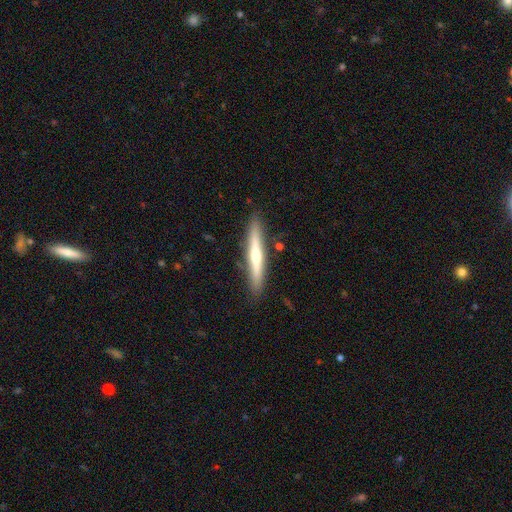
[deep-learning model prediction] Smooth or featured?
  - featured or disk: 55% *
  - smooth: 39%
  - star or artifact: 6%
Edge-on disk?
  - yes: 95% *
  - no: 5%
Edge-on bulge?
  - rounded: 78% *
  - none: 18%
  - boxy: 4%
Merging?
  - none: 88% *
  - minor disturbance: 8%
  - merger: 2%
  - major disturbance: 2%